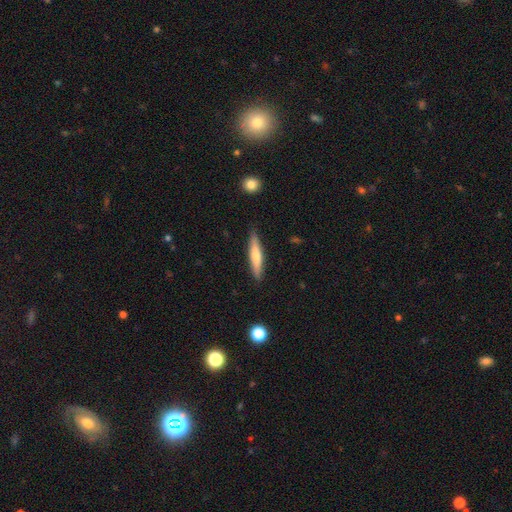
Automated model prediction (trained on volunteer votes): Smooth or featured? smooth (58%)
How rounded? cigar-shaped (89%)
Merging? none (88%)